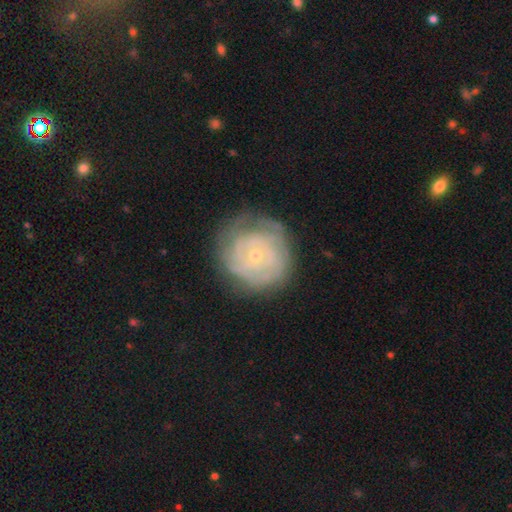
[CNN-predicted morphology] type=featured or disk (74%); edge-on=no (97%); bar=no (81%); spiral arms=yes (82%); winding=tight (80%); arm count=can't tell (54%); bulge=small (65%); merging=none (71%).